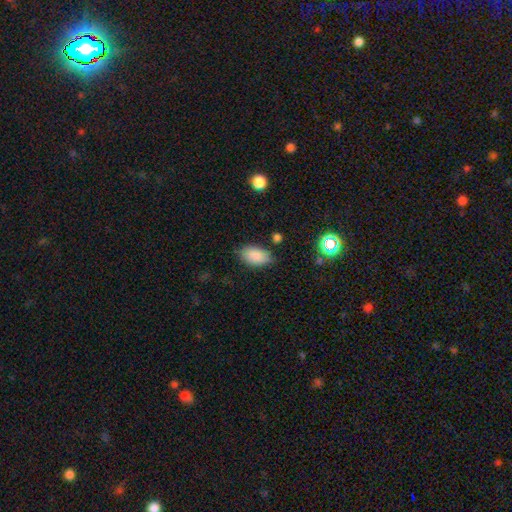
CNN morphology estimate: Smooth or featured: smooth — 87% (star or artifact — 8%)
How rounded: in between — 93% (round — 6%)
Merging: none — 76% (minor disturbance — 18%)